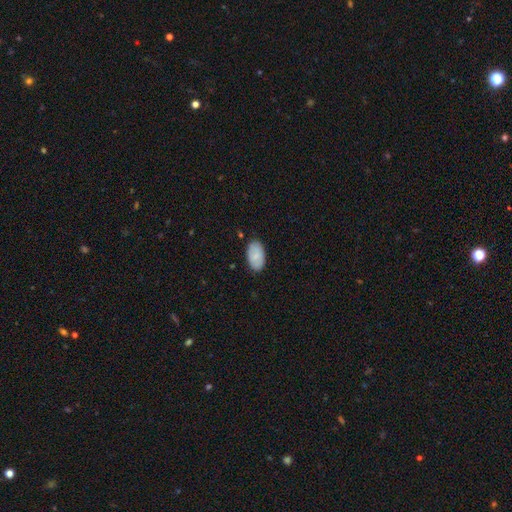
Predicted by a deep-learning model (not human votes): Q: Smooth or featured?
A: smooth (81%); runner-up: featured or disk (13%)
Q: How rounded?
A: in between (95%); runner-up: round (4%)
Q: Merging?
A: none (84%); runner-up: minor disturbance (12%)